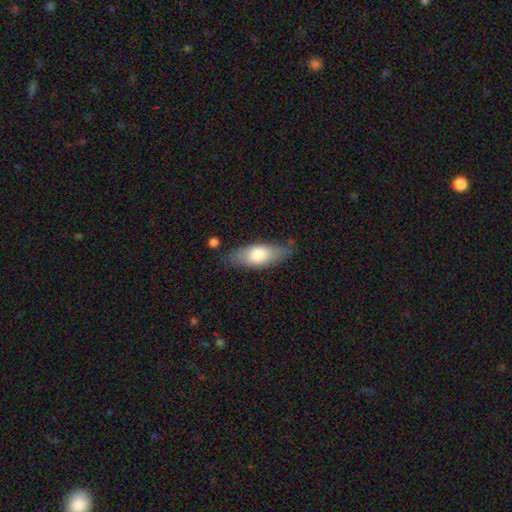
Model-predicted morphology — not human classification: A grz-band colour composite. It shows a smooth galaxy with no disk features (66%) that is in between round and cigar-shaped (71%). Merging: none (74%).